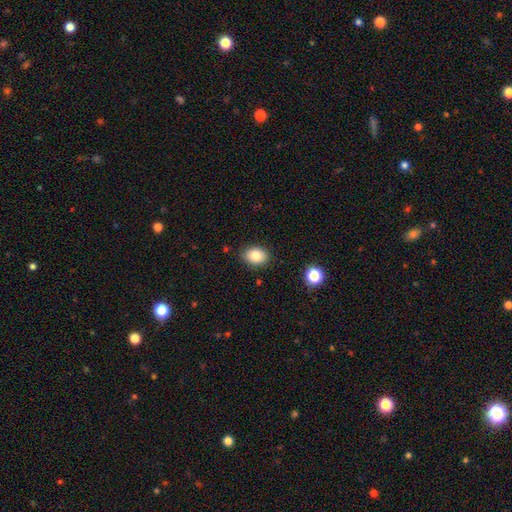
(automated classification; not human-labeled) Smooth or featured? smooth (83%)
How rounded? in between (68%)
Merging? none (85%)